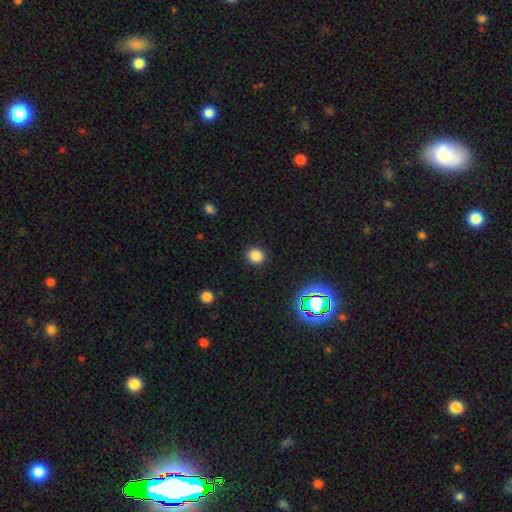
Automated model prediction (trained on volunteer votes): Smooth or featured: smooth — 82% (star or artifact — 14%)
How rounded: round — 82% (in between — 17%)
Merging: none — 90% (minor disturbance — 6%)